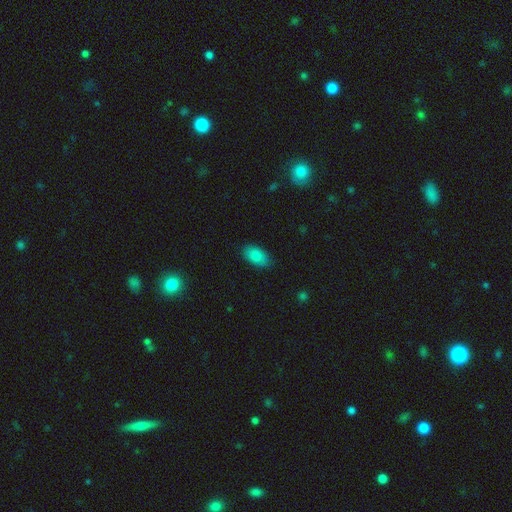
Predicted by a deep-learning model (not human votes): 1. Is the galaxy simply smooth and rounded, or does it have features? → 84% smooth, 9% featured or disk, 8% star or artifact.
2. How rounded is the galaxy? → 93% in between, 4% round, 3% cigar-shaped.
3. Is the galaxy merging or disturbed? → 85% none, 12% minor disturbance, 2% major disturbance, 1% merger.